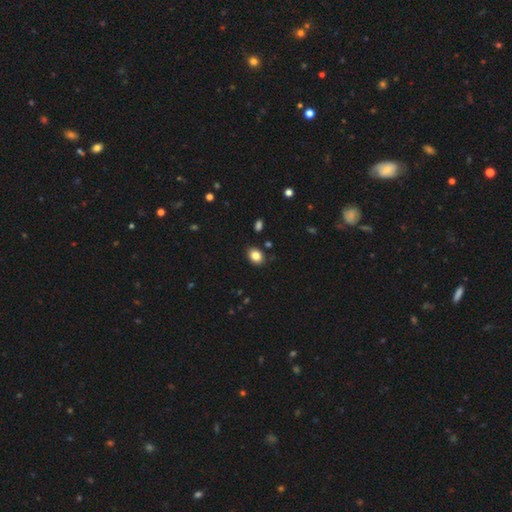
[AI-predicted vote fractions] A smooth galaxy with no disk features (84%) that is in between round and cigar-shaped (63%).

Vote fractions:
- Smooth or featured? smooth: 84% / star or artifact: 10% / featured or disk: 6%
- How rounded? in between: 63% / round: 36% / cigar-shaped: 1%
- Merging? none: 87% / minor disturbance: 9% / major disturbance: 2% / merger: 2%